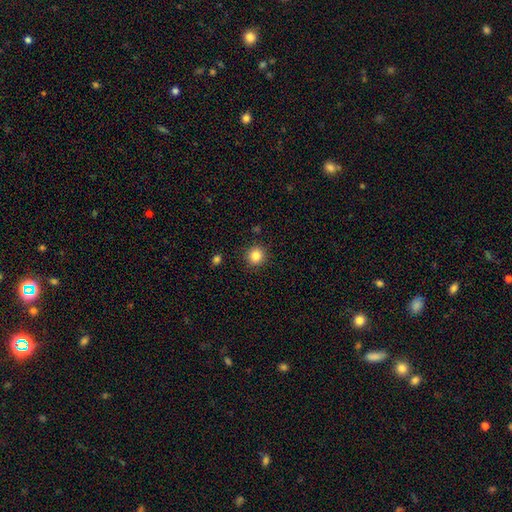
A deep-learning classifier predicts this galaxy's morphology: This is clearly a smooth galaxy (85%). How rounded: clearly round (92%). Merging: clearly none (90%).